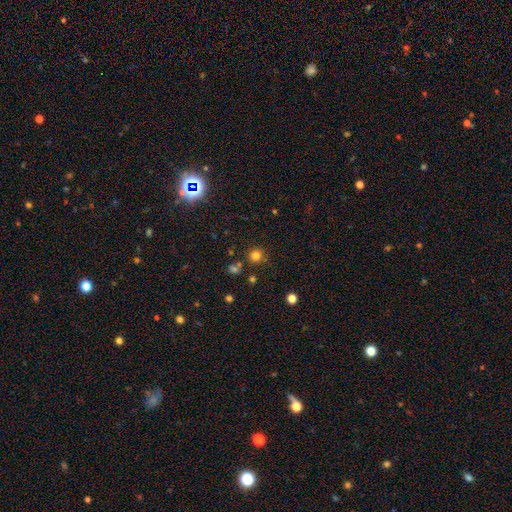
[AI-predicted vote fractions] This is likely a smooth galaxy (77%). How rounded: clearly round (94%). Merging: clearly none (84%).